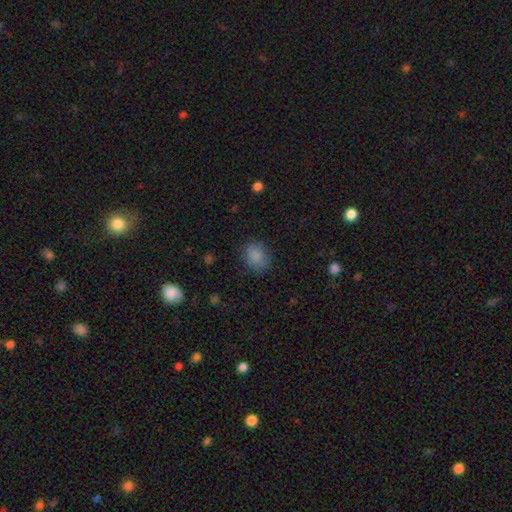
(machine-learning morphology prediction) A smooth galaxy with no disk features (85%) that is round (52%).

Vote fractions:
- Smooth or featured? smooth: 85% / star or artifact: 10% / featured or disk: 5%
- How rounded? round: 52% / in between: 47% / cigar-shaped: 1%
- Merging? none: 79% / minor disturbance: 15% / major disturbance: 4% / merger: 1%